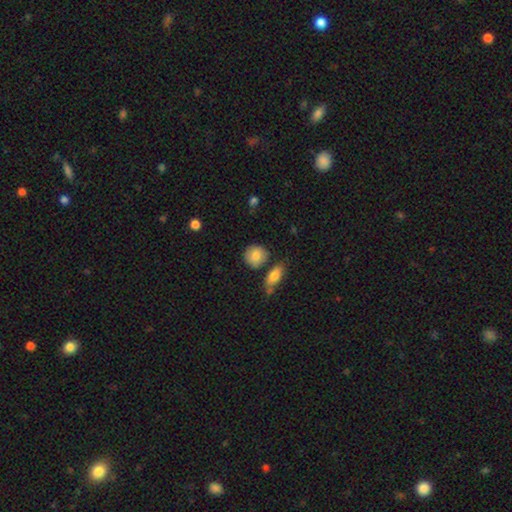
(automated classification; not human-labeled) Smooth or featured?
  - smooth: 83% *
  - featured or disk: 10%
  - star or artifact: 7%
How rounded?
  - round: 83% *
  - in between: 16%
  - cigar-shaped: 2%
Merging?
  - none: 71% *
  - minor disturbance: 15%
  - merger: 10%
  - major disturbance: 4%